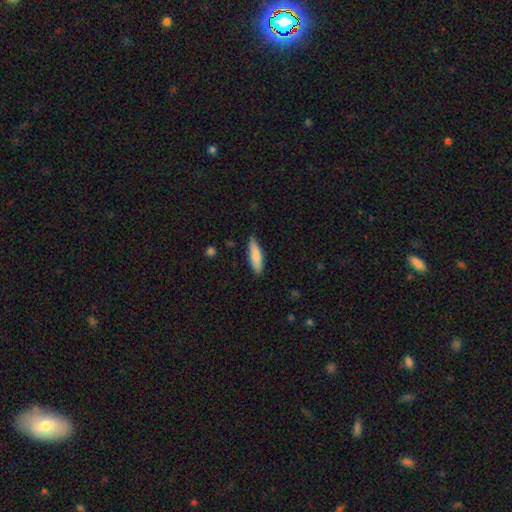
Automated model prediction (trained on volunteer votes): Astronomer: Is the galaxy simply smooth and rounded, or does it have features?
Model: smooth — 82%.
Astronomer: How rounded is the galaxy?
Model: cigar-shaped — 67%.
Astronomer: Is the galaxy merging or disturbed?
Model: none — 83%.